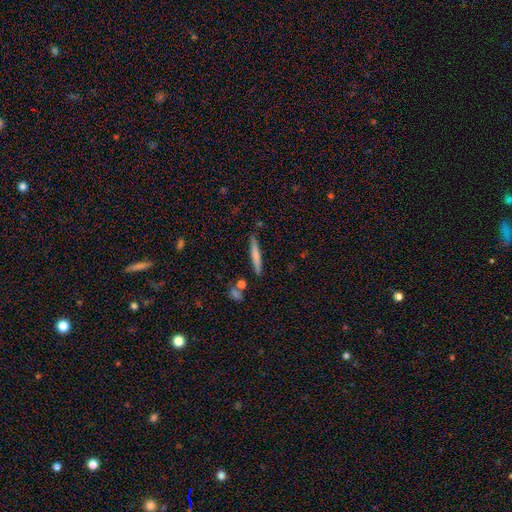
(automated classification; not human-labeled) This appears to be a smooth galaxy with no disk features (69%) that is cigar-shaped (94%). Merging: none (84%).